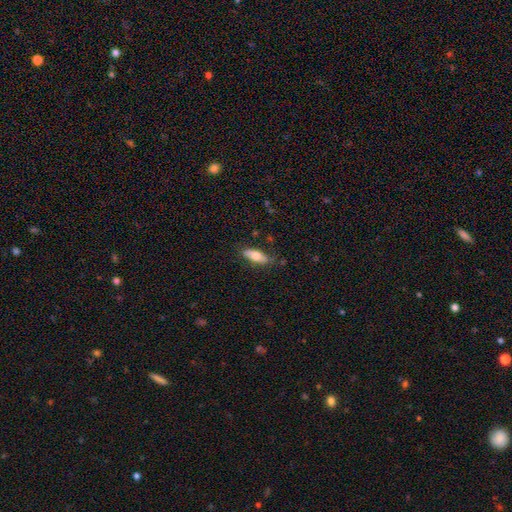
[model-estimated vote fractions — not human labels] Smooth or featured?
  - smooth: 69% *
  - featured or disk: 25%
  - star or artifact: 6%
How rounded?
  - in between: 71% *
  - cigar-shaped: 27%
  - round: 2%
Merging?
  - none: 76% *
  - minor disturbance: 18%
  - major disturbance: 4%
  - merger: 2%